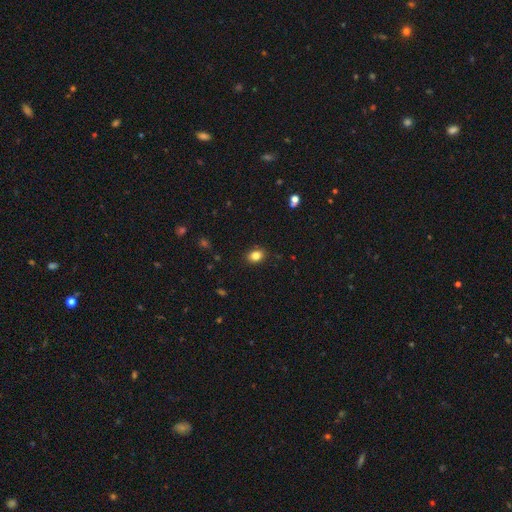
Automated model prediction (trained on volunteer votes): A smooth galaxy with no disk features (84%) that is in between round and cigar-shaped (62%).

Vote fractions:
- Smooth or featured? smooth: 84% / star or artifact: 11% / featured or disk: 6%
- How rounded? in between: 62% / round: 37% / cigar-shaped: 1%
- Merging? none: 87% / minor disturbance: 9% / major disturbance: 2% / merger: 1%